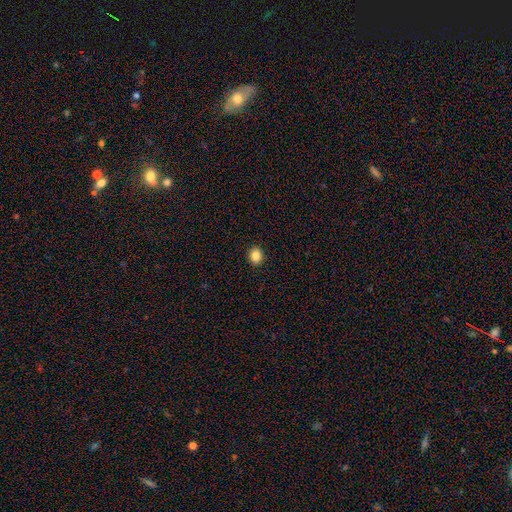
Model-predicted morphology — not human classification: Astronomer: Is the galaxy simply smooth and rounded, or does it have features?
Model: smooth — 85%.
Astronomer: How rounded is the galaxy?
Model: round — 73%.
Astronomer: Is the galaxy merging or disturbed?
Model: none — 92%.